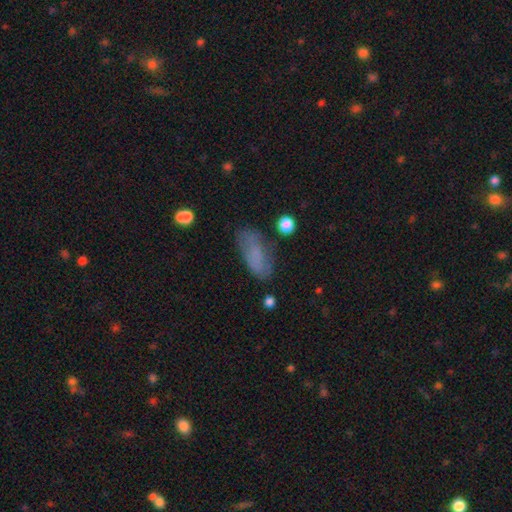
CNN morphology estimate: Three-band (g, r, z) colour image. It shows a smooth galaxy with no disk features (69%) that is in between round and cigar-shaped (81%). Merging: none (65%).